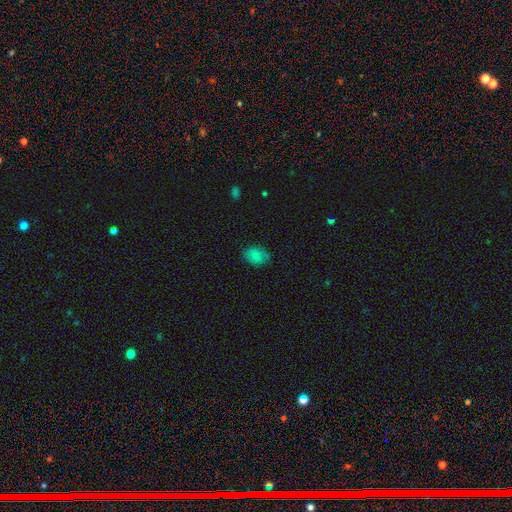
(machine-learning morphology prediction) smooth 80%, featured or disk 10%, star or artifact 9%. Down the decision tree: how rounded — in between (74%); merging — none (81%).